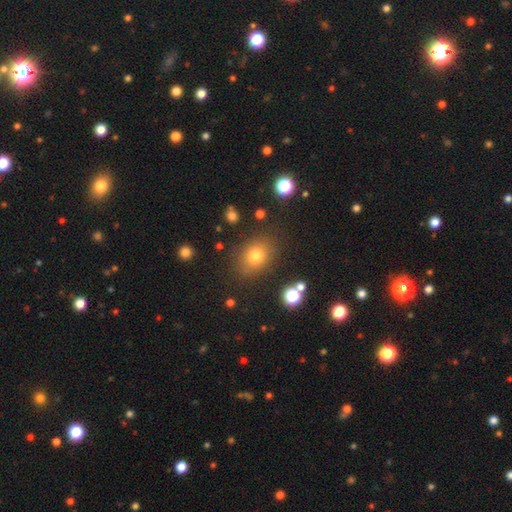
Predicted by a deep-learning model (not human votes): Smooth or featured? smooth (75%)
How rounded? in between (58%)
Merging? none (82%)